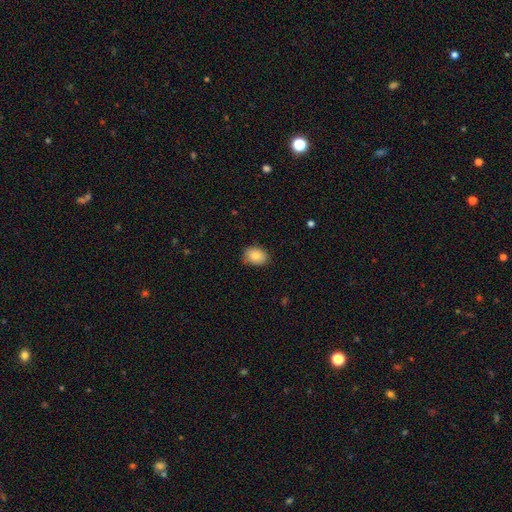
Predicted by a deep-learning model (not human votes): The model was most divided on "how rounded": in between: 69%, round: 30%, cigar-shaped: 1%. More confident: smooth or featured — smooth (84%); merging — none (81%).